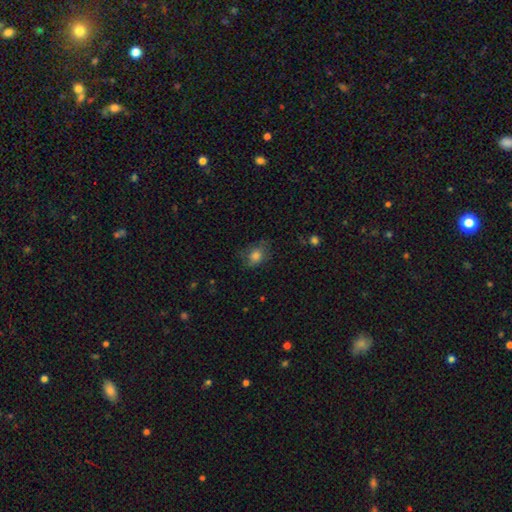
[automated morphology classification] Smooth or featured? smooth (74%)
How rounded? in between (62%)
Merging? none (62%)